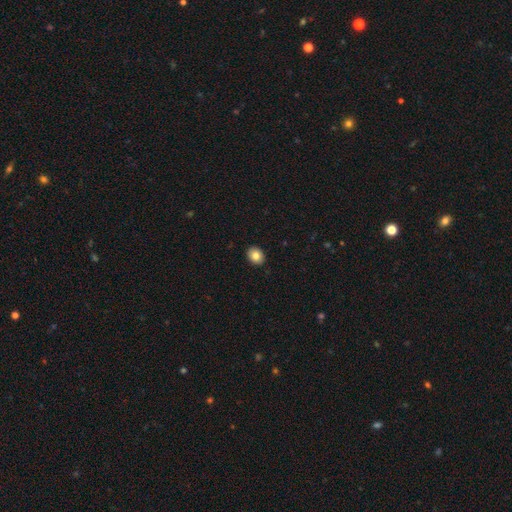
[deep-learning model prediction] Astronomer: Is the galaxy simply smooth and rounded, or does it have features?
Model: smooth — 83%.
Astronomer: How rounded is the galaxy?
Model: round — 50% (runner-up: in between, 49%).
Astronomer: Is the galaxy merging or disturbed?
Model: none — 91%.